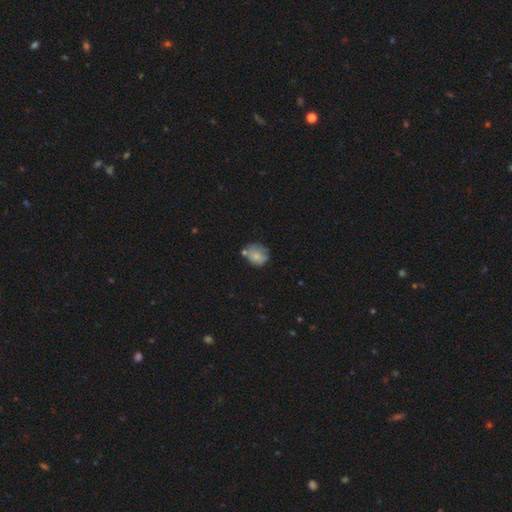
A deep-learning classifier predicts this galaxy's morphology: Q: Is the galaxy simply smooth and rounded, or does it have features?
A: smooth — 71%.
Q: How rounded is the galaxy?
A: round — 59%.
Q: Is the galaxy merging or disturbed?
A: none — 50%.